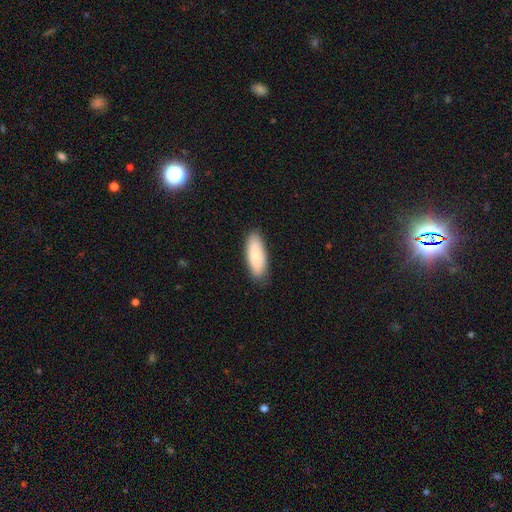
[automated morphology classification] Overall: smooth (75%). How rounded: in between (74%). Merging: none (83%).